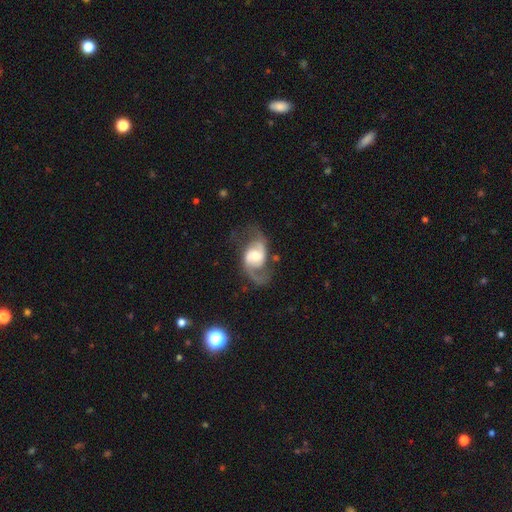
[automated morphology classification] featured or disk 85%, smooth 10%, star or artifact 5%. Down the decision tree: edge-on disk — no (97%); bar — no (50%); spiral arms — yes (95%); spiral arm count — 2 (88%); spiral winding — loose (47%); bulge size — moderate (60%); merging — none (63%).